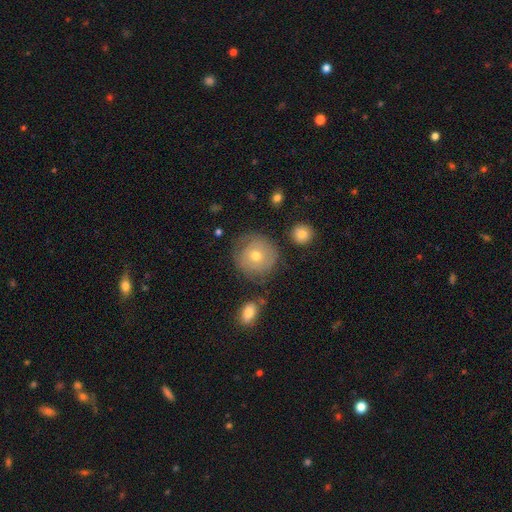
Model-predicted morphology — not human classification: The model was most divided on "smooth or featured": smooth: 51%, featured or disk: 40%, star or artifact: 8%. More confident: how rounded — round (90%); merging — none (70%).